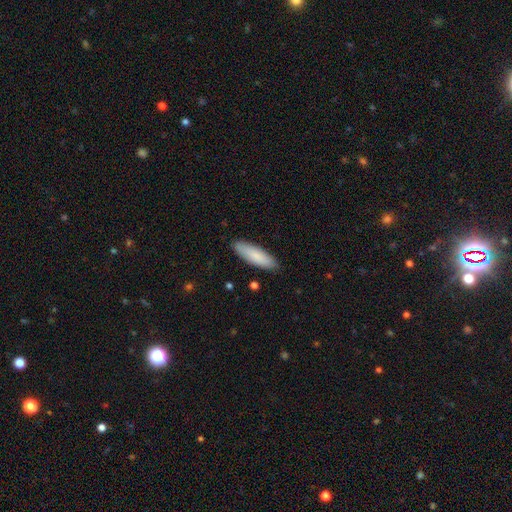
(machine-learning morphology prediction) A smooth galaxy with no disk features (85%) that is cigar-shaped (56%). Merging: none (88%).